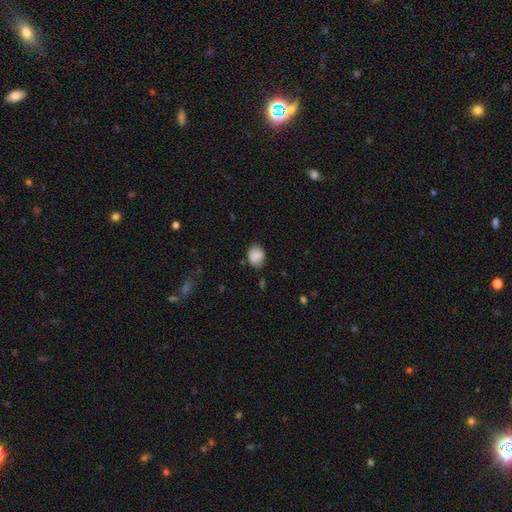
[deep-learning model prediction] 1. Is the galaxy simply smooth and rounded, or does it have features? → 86% smooth, 8% star or artifact, 6% featured or disk.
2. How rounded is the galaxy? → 56% round, 43% in between, 1% cigar-shaped.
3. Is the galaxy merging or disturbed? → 76% none, 19% minor disturbance, 4% major disturbance, 2% merger.